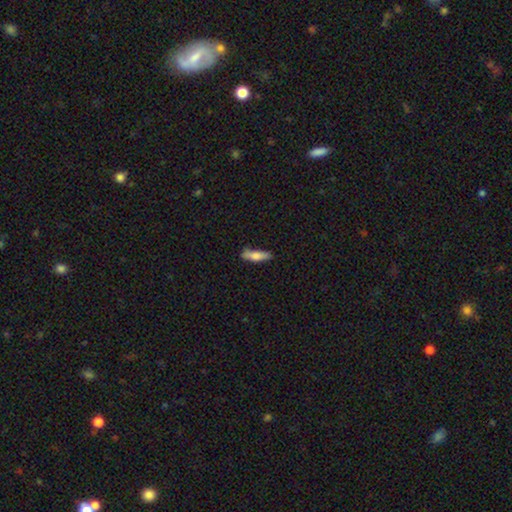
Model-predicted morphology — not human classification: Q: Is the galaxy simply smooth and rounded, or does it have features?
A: smooth — 71%.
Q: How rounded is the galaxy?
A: cigar-shaped — 63%.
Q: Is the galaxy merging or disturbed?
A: none — 73%.